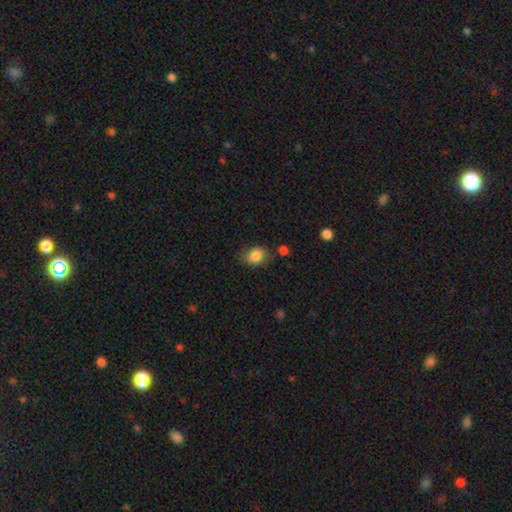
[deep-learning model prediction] A smooth galaxy with no disk features (85%) that is in between round and cigar-shaped (53%). Merging: none (69%).